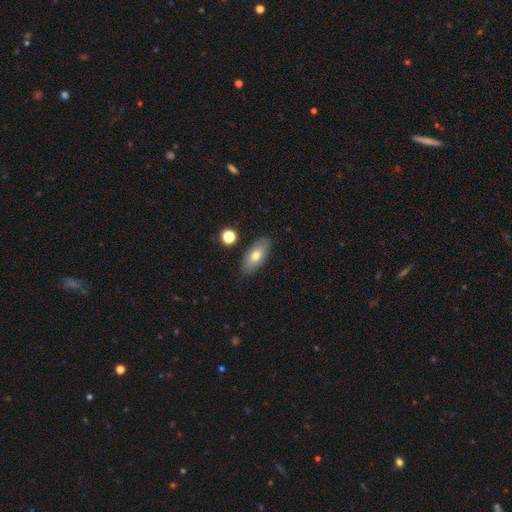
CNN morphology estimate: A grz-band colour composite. It shows a smooth galaxy with no disk features (71%) that is in between round and cigar-shaped (85%). Merging: none (85%).